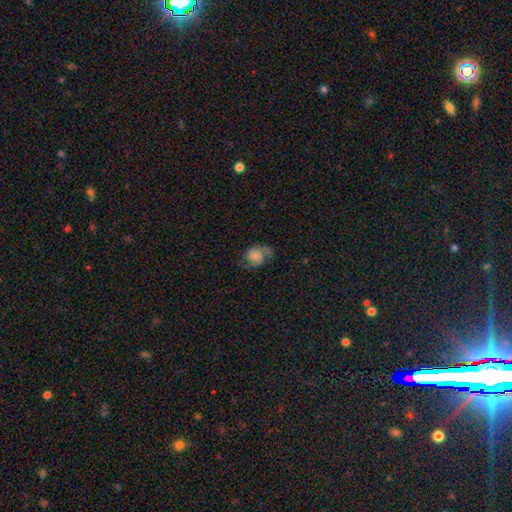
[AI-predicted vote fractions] Morphology: type=smooth (51%); roundness=in between (50%); merging=none (50%).